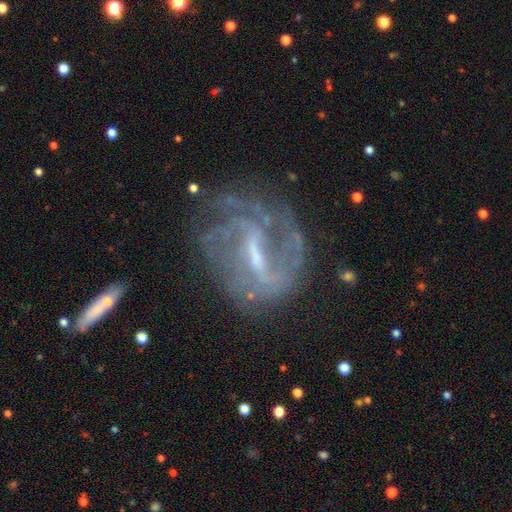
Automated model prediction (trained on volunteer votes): Morphology: type=featured or disk (85%); edge-on=no (97%); bar=strong (47%); spiral arms=yes (90%); winding=medium (41%); arm count=2 (31%, tied with can't tell); bulge=small (39%); merging=none (59%).